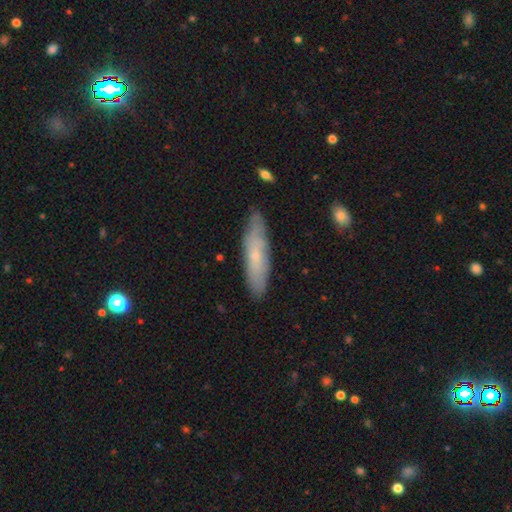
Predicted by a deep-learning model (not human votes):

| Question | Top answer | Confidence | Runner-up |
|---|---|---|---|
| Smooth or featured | smooth | 54% | featured or disk (39%) |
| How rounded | cigar-shaped | 72% | in between (26%) |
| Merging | none | 81% | minor disturbance (15%) |